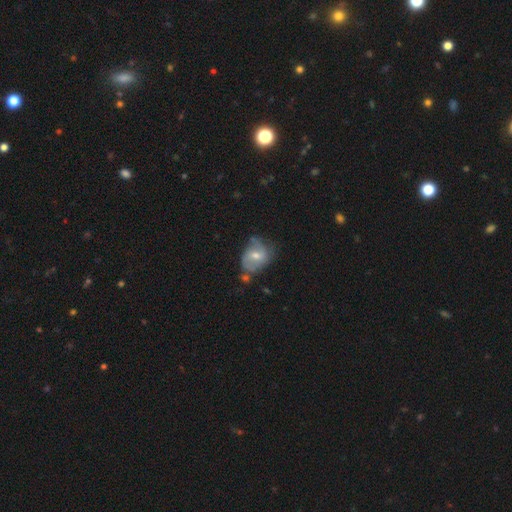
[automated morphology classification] Smooth or featured: featured or disk — 60% (smooth — 32%)
Edge-on disk: no — 96% (yes — 4%)
Bar: weak — 47% (no — 41%)
Spiral arms: yes — 77% (no — 23%)
Bulge size: moderate — 61% (small — 33%)
Merging: none — 49% (minor disturbance — 30%)